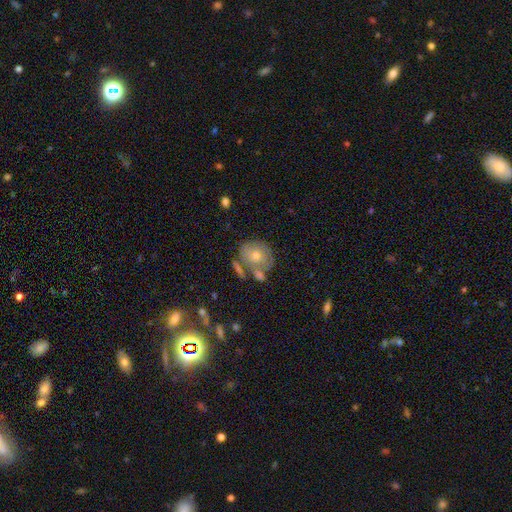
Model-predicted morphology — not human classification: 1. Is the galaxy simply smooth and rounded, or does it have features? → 49% smooth, 40% featured or disk, 12% star or artifact.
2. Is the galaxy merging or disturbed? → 52% none, 22% merger, 18% minor disturbance, 8% major disturbance.